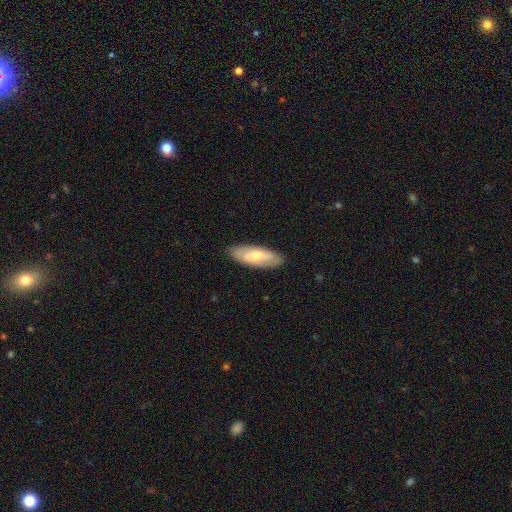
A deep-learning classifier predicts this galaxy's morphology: Smooth or featured?
  - smooth: 56% *
  - featured or disk: 39%
  - star or artifact: 5%
How rounded?
  - in between: 71% *
  - cigar-shaped: 26%
  - round: 2%
Merging?
  - none: 84% *
  - minor disturbance: 12%
  - major disturbance: 3%
  - merger: 1%